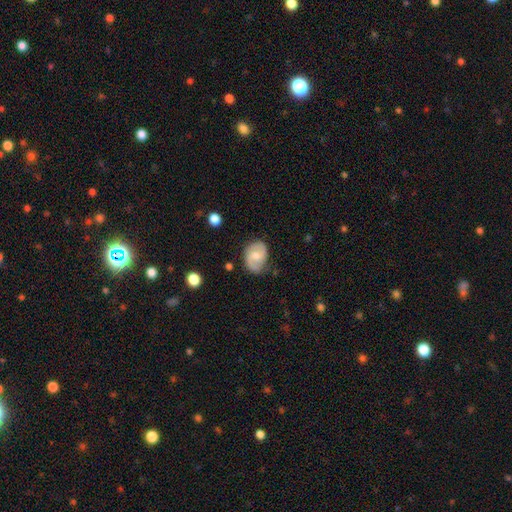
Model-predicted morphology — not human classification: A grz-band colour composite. It shows a featured or disk galaxy (58%) with no bar (46%), spiral arms (84%) and a moderate central bulge (60%). Merging: none (72%).